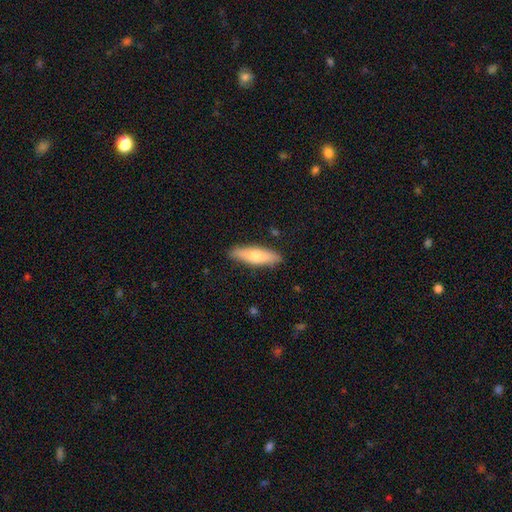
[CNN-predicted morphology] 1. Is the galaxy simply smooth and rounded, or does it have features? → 66% smooth, 28% featured or disk, 6% star or artifact.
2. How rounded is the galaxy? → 57% cigar-shaped, 41% in between, 2% round.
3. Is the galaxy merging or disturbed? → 87% none, 10% minor disturbance, 2% major disturbance, 1% merger.